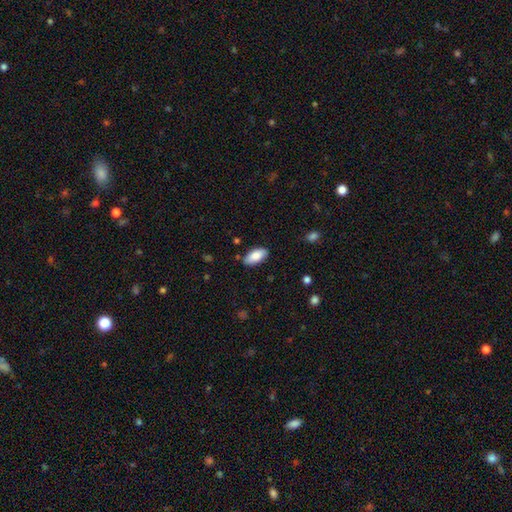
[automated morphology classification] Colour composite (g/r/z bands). It shows a smooth galaxy with no disk features (84%) that is in between round and cigar-shaped (92%). Merging: none (85%).